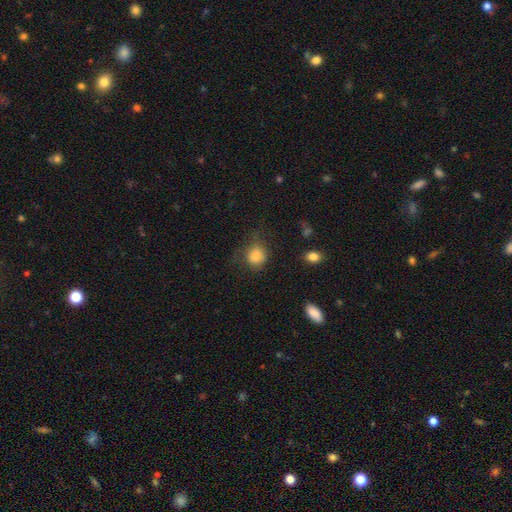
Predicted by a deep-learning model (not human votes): Overall: smooth (83%). How rounded: round (75%). Merging: none (60%; minor disturbance 26%).